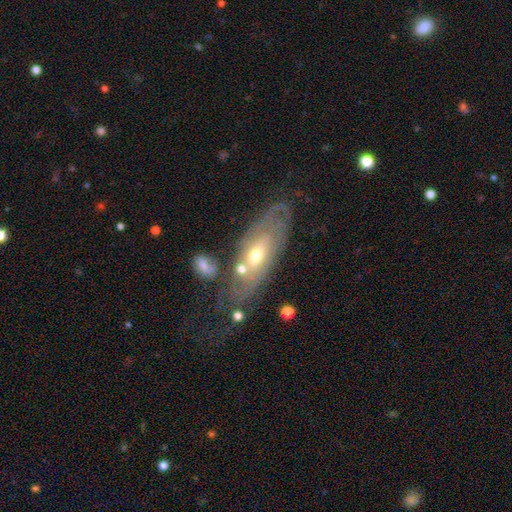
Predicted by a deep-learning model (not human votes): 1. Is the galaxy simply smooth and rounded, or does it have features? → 68% featured or disk, 26% smooth, 7% star or artifact.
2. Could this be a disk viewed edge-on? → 80% no, 20% yes.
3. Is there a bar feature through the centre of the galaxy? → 78% no, 17% weak, 5% strong.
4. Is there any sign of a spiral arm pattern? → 58% yes, 42% no.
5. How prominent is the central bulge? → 61% moderate, 32% small, 5% large, 1% dominant, 1% none.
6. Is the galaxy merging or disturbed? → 62% none, 20% minor disturbance, 10% major disturbance, 8% merger.